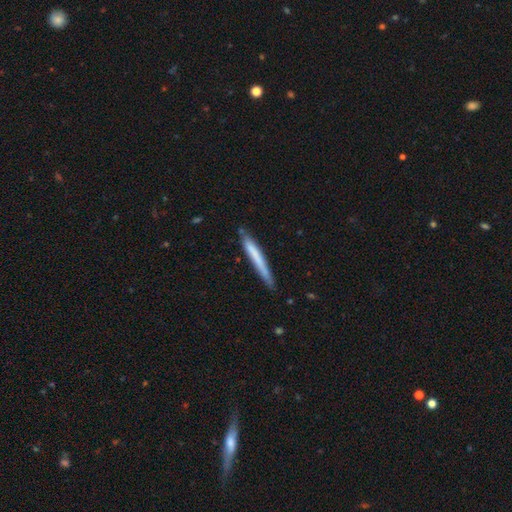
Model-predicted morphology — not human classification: A smooth galaxy with no disk features (64%) that is cigar-shaped (97%).

Vote fractions:
- Smooth or featured? smooth: 64% / featured or disk: 30% / star or artifact: 6%
- How rounded? cigar-shaped: 97% / in between: 2% / round: 1%
- Merging? none: 77% / minor disturbance: 18% / major disturbance: 3% / merger: 3%